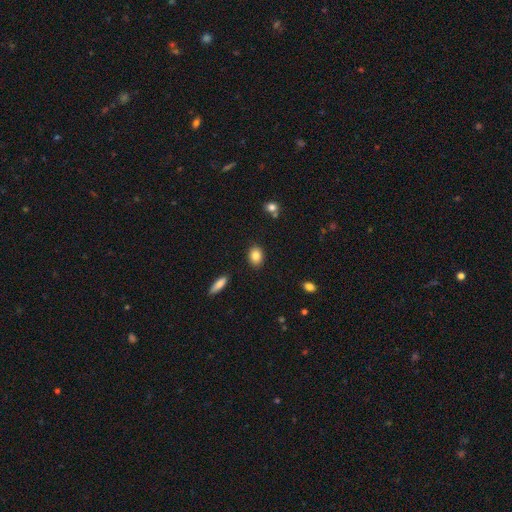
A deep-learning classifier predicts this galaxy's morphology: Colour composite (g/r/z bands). It shows a smooth galaxy with no disk features (84%) that is in between round and cigar-shaped (66%). Merging: none (89%).